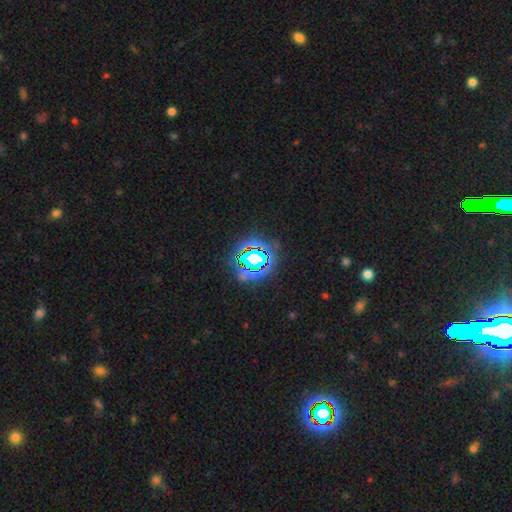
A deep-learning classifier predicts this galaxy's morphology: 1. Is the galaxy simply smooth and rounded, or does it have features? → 75% star or artifact, 16% smooth, 10% featured or disk.